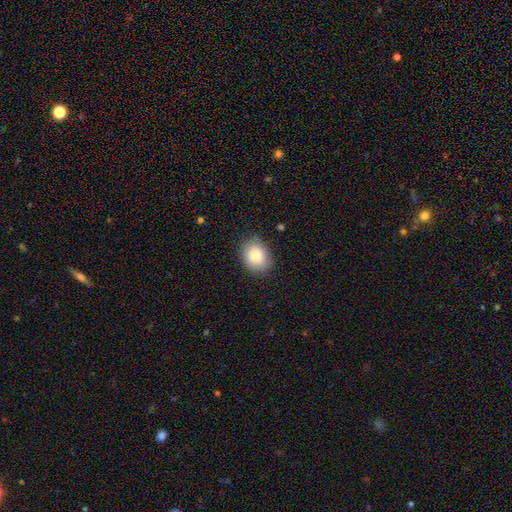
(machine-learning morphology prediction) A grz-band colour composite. It shows a smooth galaxy with no disk features (85%) that is in between round and cigar-shaped (63%). Merging: none (83%).